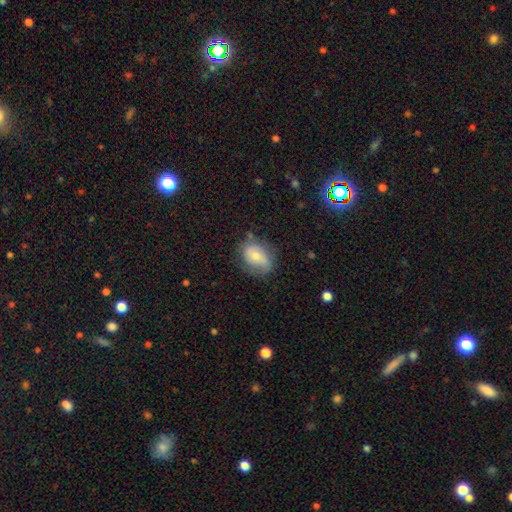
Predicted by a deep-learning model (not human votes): Smooth or featured?
  - smooth: 57% *
  - featured or disk: 35%
  - star or artifact: 8%
How rounded?
  - in between: 73% *
  - round: 26%
  - cigar-shaped: 1%
Merging?
  - none: 58% *
  - minor disturbance: 27%
  - major disturbance: 12%
  - merger: 2%